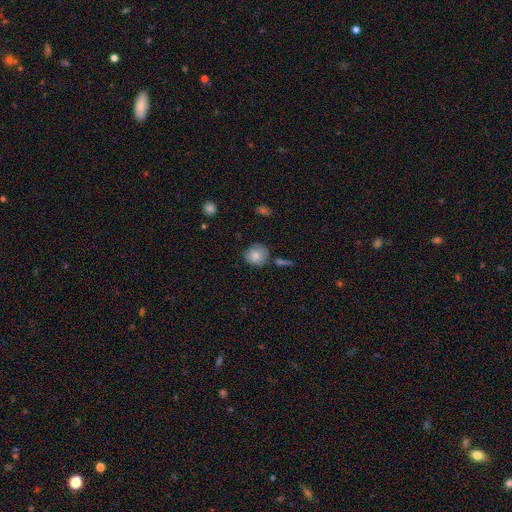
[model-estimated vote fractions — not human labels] This is clearly a smooth galaxy (83%). How rounded: clearly round (83%). Merging: likely none (71%).